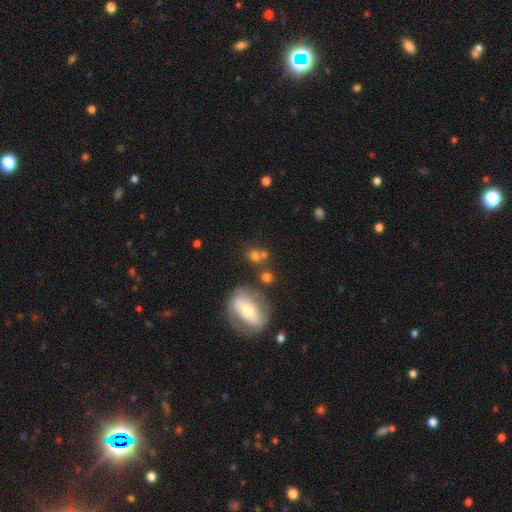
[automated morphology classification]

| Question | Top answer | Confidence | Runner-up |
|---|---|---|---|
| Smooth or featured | smooth | 70% | star or artifact (15%) |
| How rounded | round | 76% | in between (22%) |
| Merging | none | 56% | merger (25%) |